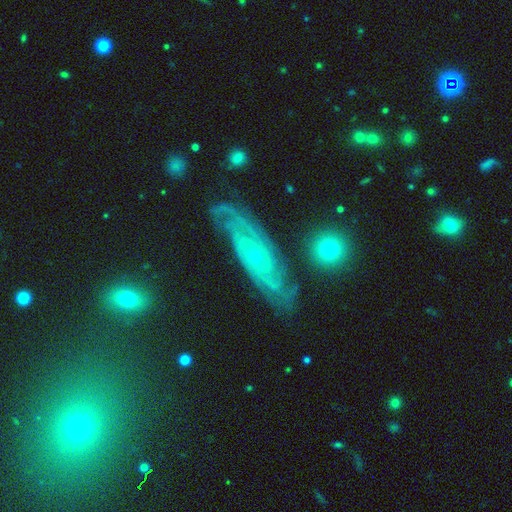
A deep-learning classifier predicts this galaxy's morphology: Smooth or featured?
  - featured or disk: 84% *
  - smooth: 9%
  - star or artifact: 8%
Edge-on disk?
  - no: 84% *
  - yes: 16%
Bar?
  - no: 73% *
  - weak: 21%
  - strong: 6%
Spiral arms?
  - yes: 94% *
  - no: 6%
Spiral winding?
  - tight: 66% *
  - medium: 26%
  - loose: 7%
Spiral arm count?
  - can't tell: 40% *
  - 2: 30%
  - 3: 12%
  - 4: 7%
  - more than 4: 5%
  - 1: 5%
Bulge size?
  - small: 76% *
  - moderate: 21%
  - none: 1%
  - large: 1%
  - dominant: 1%
Merging?
  - none: 75% *
  - minor disturbance: 17%
  - major disturbance: 6%
  - merger: 3%